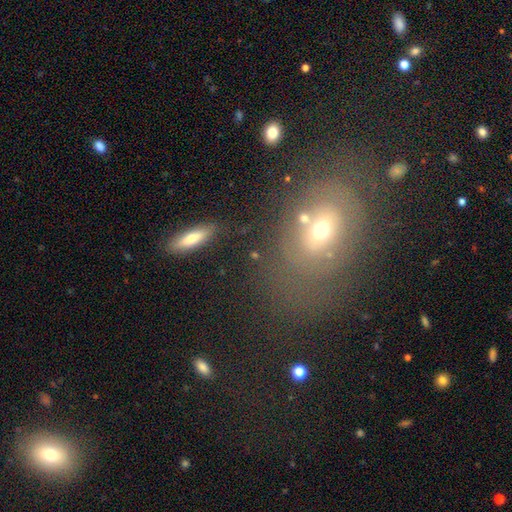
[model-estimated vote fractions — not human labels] Morphology: type=smooth (57%); roundness=in between (58%); merging=none (64%).